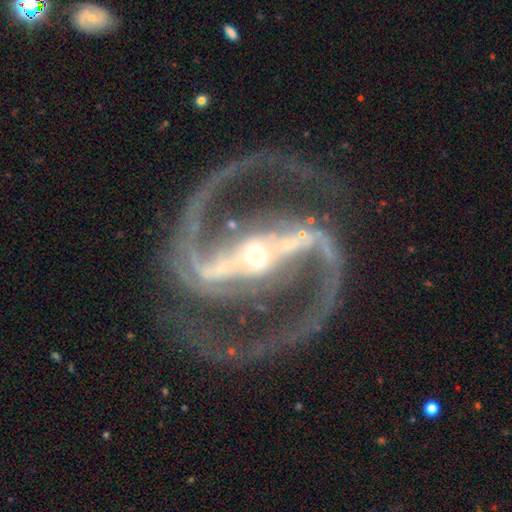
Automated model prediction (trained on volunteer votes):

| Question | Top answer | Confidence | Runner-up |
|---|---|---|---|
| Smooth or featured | featured or disk | 94% | star or artifact (4%) |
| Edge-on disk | no | 98% | yes (2%) |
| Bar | strong | 82% | weak (12%) |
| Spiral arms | yes | 99% | no (1%) |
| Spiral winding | medium | 69% | tight (19%) |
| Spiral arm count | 2 | 94% | 3 (2%) |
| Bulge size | small | 67% | moderate (28%) |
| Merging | none | 82% | minor disturbance (10%) |